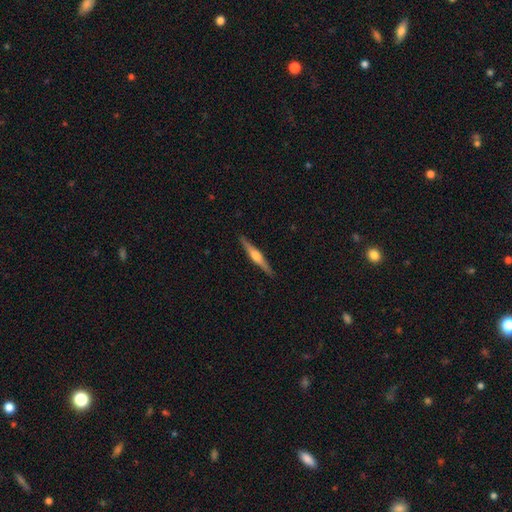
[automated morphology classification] Smooth or featured: featured or disk — 71% (smooth — 24%)
Edge-on disk: yes — 98% (no — 2%)
Edge-on bulge: rounded — 89% (boxy — 7%)
Merging: none — 92% (minor disturbance — 6%)